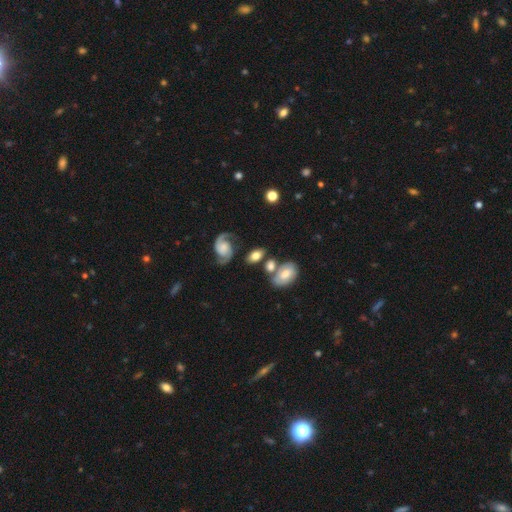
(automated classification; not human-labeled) smooth 52%, featured or disk 40%, star or artifact 8%. Down the decision tree: how rounded — in between (81%); merging — none (57%).